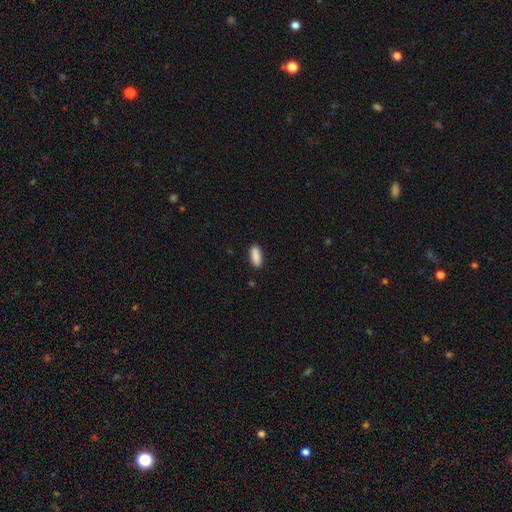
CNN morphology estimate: A smooth galaxy with no disk features (89%) that is in between round and cigar-shaped (69%).

Vote fractions:
- Smooth or featured? smooth: 89% / star or artifact: 6% / featured or disk: 4%
- How rounded? in between: 69% / cigar-shaped: 29% / round: 2%
- Merging? none: 88% / minor disturbance: 9% / major disturbance: 2% / merger: 1%